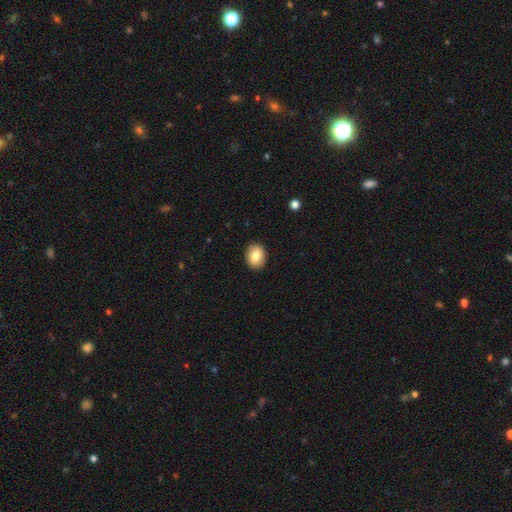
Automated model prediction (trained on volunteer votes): A smooth galaxy with no disk features (79%) that is in between round and cigar-shaped (50%).

Vote fractions:
- Smooth or featured? smooth: 79% / featured or disk: 13% / star or artifact: 8%
- How rounded? in between: 50% / round: 49% / cigar-shaped: 1%
- Merging? none: 90% / minor disturbance: 7% / major disturbance: 2% / merger: 1%